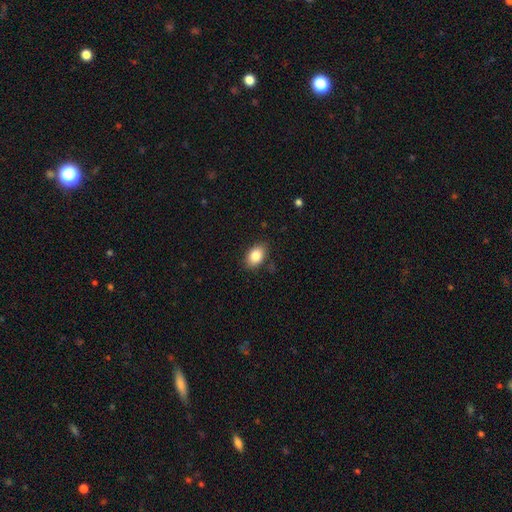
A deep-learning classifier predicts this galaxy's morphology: smooth_or_featured: smooth (p=0.85) [alt: star or artifact p=0.08]
how_rounded: in between (p=0.85) [alt: round p=0.13]
merging: none (p=0.85) [alt: minor disturbance p=0.11]